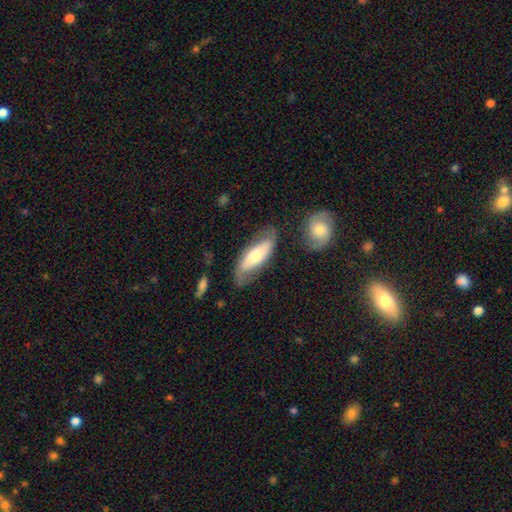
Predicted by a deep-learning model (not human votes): This is possibly a featured or disk galaxy (48%). Merging: likely none (66%).